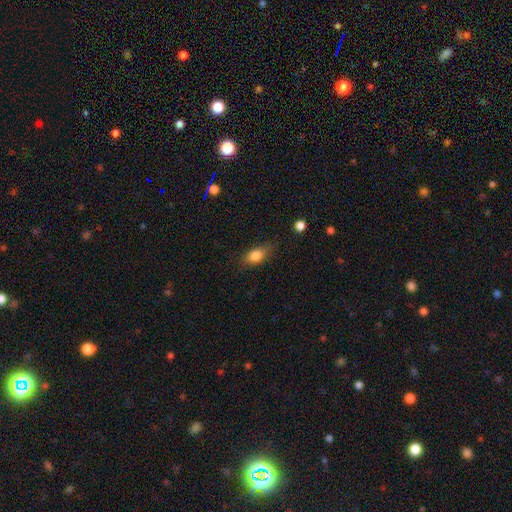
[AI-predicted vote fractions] Smooth or featured?
  - smooth: 81% *
  - featured or disk: 10%
  - star or artifact: 8%
How rounded?
  - in between: 81% *
  - round: 11%
  - cigar-shaped: 9%
Merging?
  - none: 73% *
  - minor disturbance: 20%
  - major disturbance: 5%
  - merger: 2%